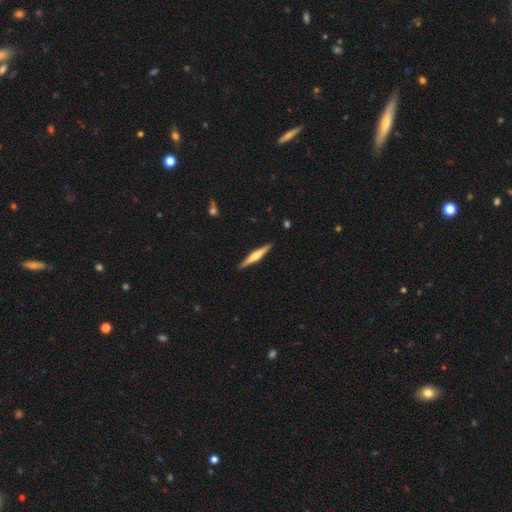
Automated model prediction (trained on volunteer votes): Morphology: type=featured or disk (62%); edge-on=yes (98%); edge-on bulge=rounded (83%); merging=none (91%).